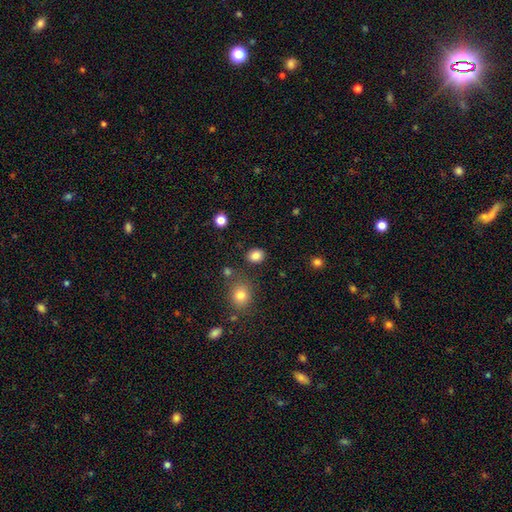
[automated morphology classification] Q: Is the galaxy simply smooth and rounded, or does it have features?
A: smooth — 85%.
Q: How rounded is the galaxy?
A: round — 56%.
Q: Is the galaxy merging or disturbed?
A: none — 83%.